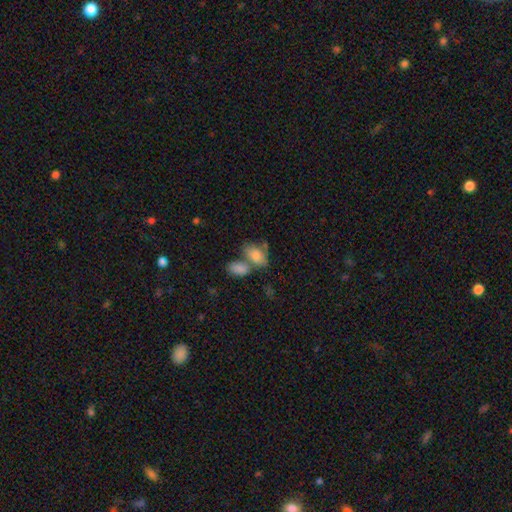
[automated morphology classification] The model was most divided on "merging": merger: 46%, none: 34%, minor disturbance: 14%, major disturbance: 7%. More confident: how rounded — in between (88%); smooth or featured — smooth (79%).